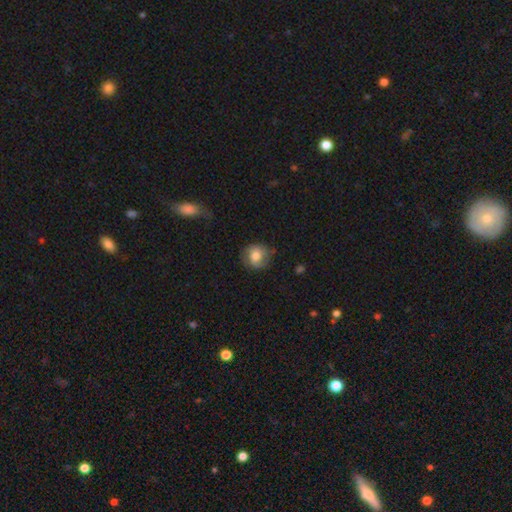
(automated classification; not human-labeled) smooth 70%, featured or disk 22%, star or artifact 8%. Down the decision tree: how rounded — round (81%); merging — none (69%).